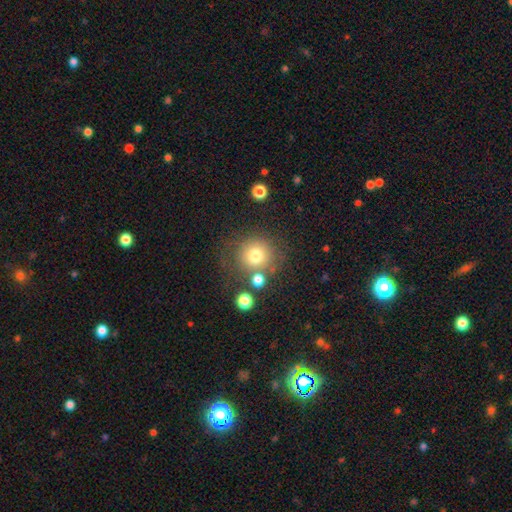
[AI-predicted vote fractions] Smooth or featured? Predicted: smooth (p=0.59). How rounded? Predicted: round (p=0.92). Merging? Predicted: none (p=0.77).